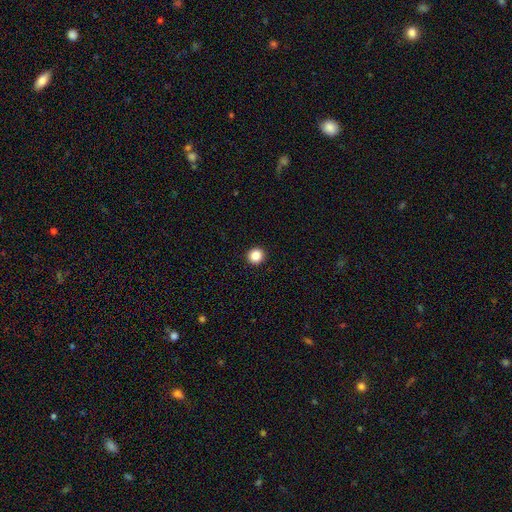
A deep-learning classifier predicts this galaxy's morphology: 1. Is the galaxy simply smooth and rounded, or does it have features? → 86% smooth, 10% star or artifact, 3% featured or disk.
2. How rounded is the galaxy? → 94% round, 5% in between, 1% cigar-shaped.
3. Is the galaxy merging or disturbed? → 94% none, 4% minor disturbance, 1% major disturbance, 1% merger.